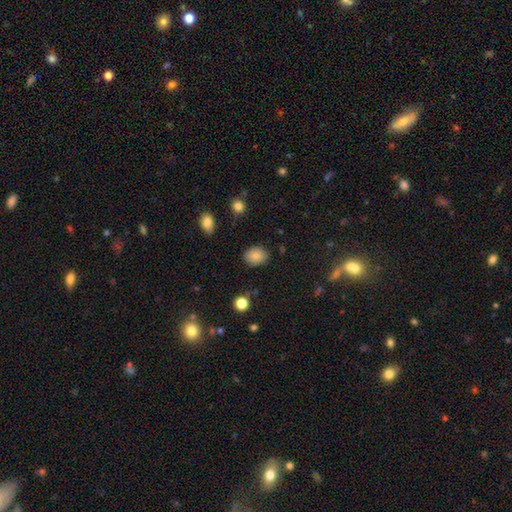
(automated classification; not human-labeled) Smooth or featured?
  - smooth: 84% *
  - star or artifact: 9%
  - featured or disk: 7%
How rounded?
  - in between: 65% *
  - round: 34%
  - cigar-shaped: 1%
Merging?
  - none: 85% *
  - minor disturbance: 11%
  - major disturbance: 3%
  - merger: 1%